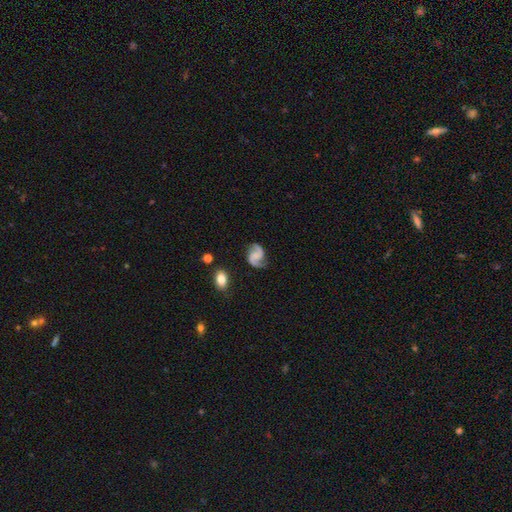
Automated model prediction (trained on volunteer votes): A featured or disk galaxy (88%) with no bar (53%), 2 (93%) medium (52%) spiral arms (98%) and no central bulge (56%).

Vote fractions:
- Smooth or featured? featured or disk: 88% / smooth: 7% / star or artifact: 5%
- Edge-on disk? no: 98% / yes: 2%
- Bar? no: 53% / weak: 36% / strong: 11%
- Spiral arms? yes: 98% / no: 2%
- Spiral winding? medium: 52% / loose: 34% / tight: 15%
- Spiral arm count? 2: 93% / can't tell: 2% / 1: 2% / 3: 1% / 4: 1% / more than 4: 1%
- Bulge size? none: 56% / small: 27% / moderate: 12% / large: 3% / dominant: 2%
- Merging? none: 79% / minor disturbance: 14% / major disturbance: 5% / merger: 2%